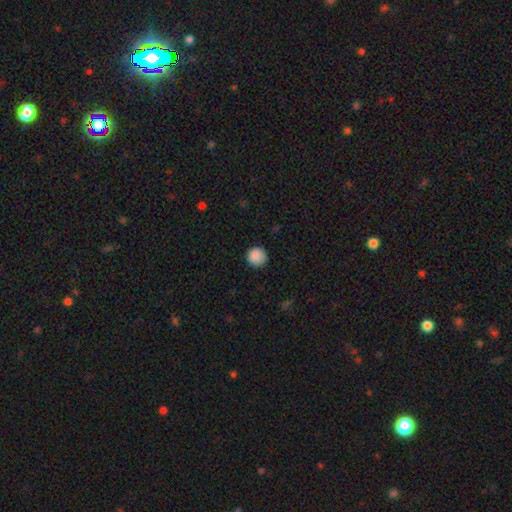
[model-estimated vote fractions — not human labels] A smooth galaxy with no disk features (88%) that is round (95%). Merging: none (89%).